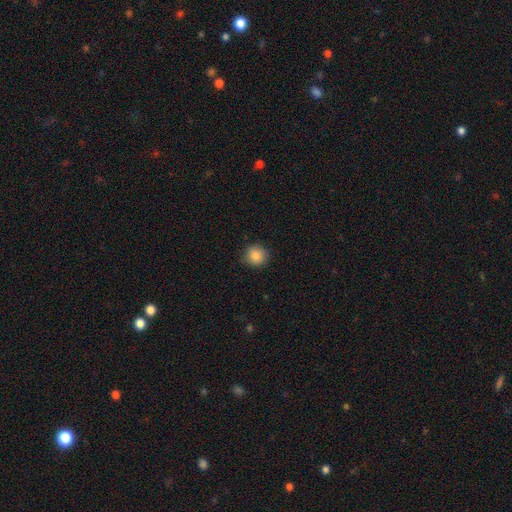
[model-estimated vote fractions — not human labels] Overall: smooth (86%). How rounded: round (91%). Merging: none (86%).